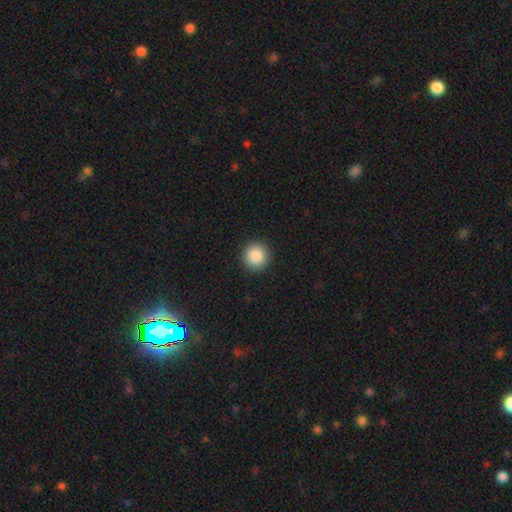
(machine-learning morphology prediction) Overall: smooth (87%). How rounded: round (96%). Merging: none (93%).